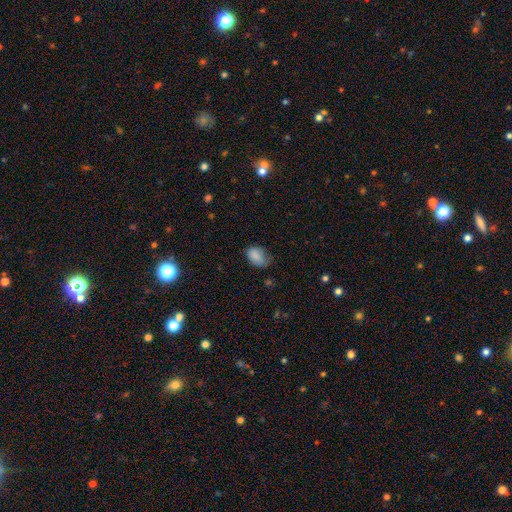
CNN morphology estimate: smooth_or_featured: smooth (p=0.83) [alt: star or artifact p=0.08]
how_rounded: in between (p=0.82) [alt: round p=0.17]
merging: none (p=0.57) [alt: minor disturbance p=0.33]